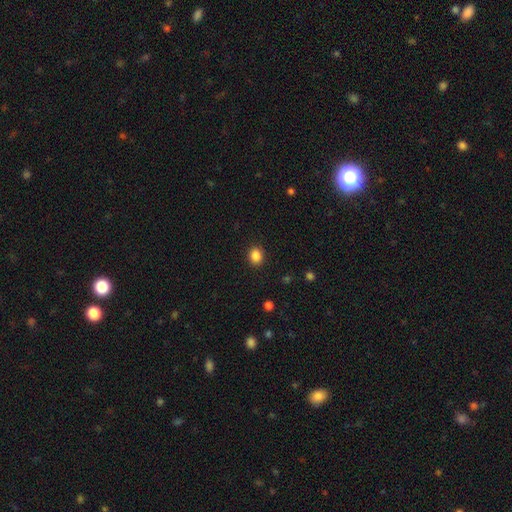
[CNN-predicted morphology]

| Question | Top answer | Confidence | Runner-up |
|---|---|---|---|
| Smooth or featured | smooth | 86% | star or artifact (10%) |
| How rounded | round | 65% | in between (34%) |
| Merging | none | 91% | minor disturbance (6%) |